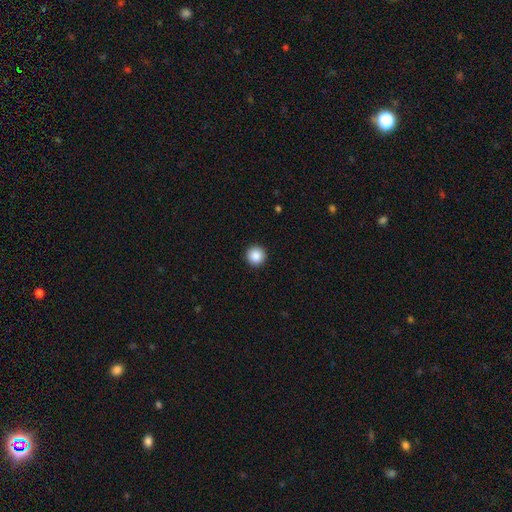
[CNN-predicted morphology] This is clearly a smooth galaxy (88%). How rounded: clearly round (96%). Merging: clearly none (94%).